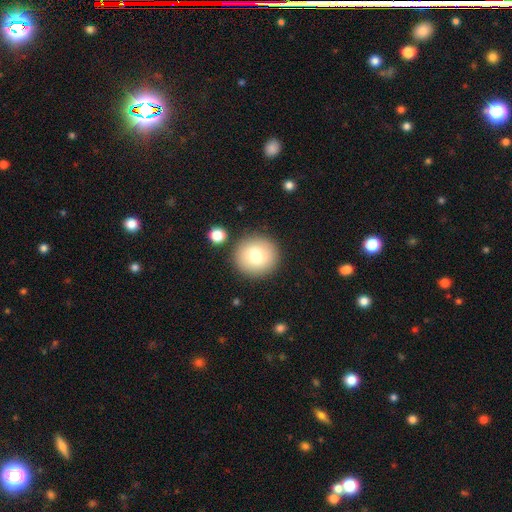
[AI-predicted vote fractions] smooth_or_featured: smooth (p=0.80) [alt: featured or disk p=0.11]
how_rounded: round (p=0.94) [alt: in between p=0.05]
merging: none (p=0.86) [alt: minor disturbance p=0.07]